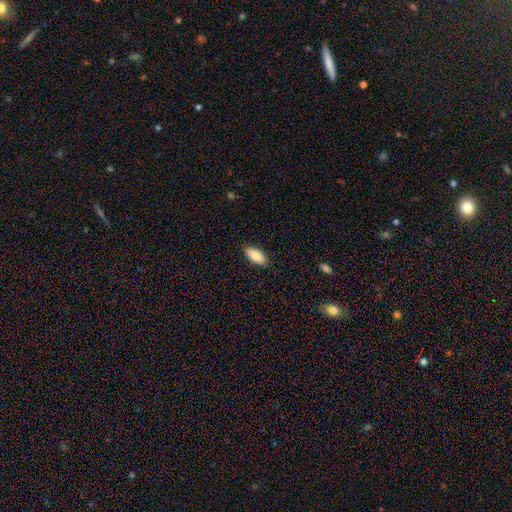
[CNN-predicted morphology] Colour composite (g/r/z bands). It shows a smooth galaxy with no disk features (86%) that is in between round and cigar-shaped (89%). Merging: none (87%).